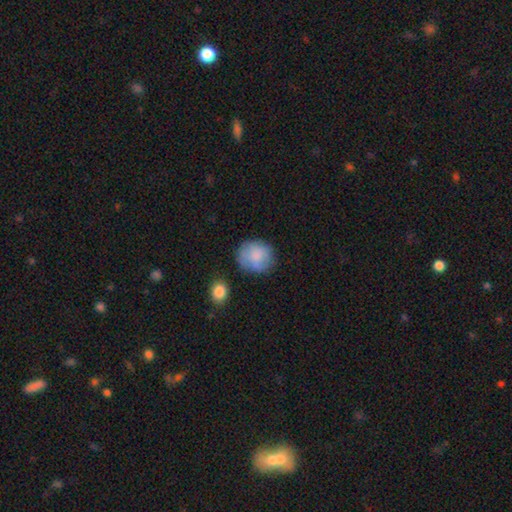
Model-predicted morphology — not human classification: Smooth or featured? smooth (79%)
How rounded? round (80%)
Merging? none (69%)